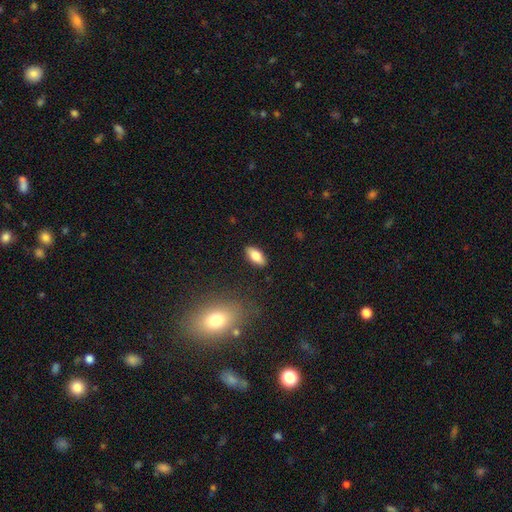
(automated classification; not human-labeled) The model was most divided on "smooth or featured": smooth: 76%, featured or disk: 17%, star or artifact: 7%. More confident: merging — none (88%); how rounded — in between (84%).